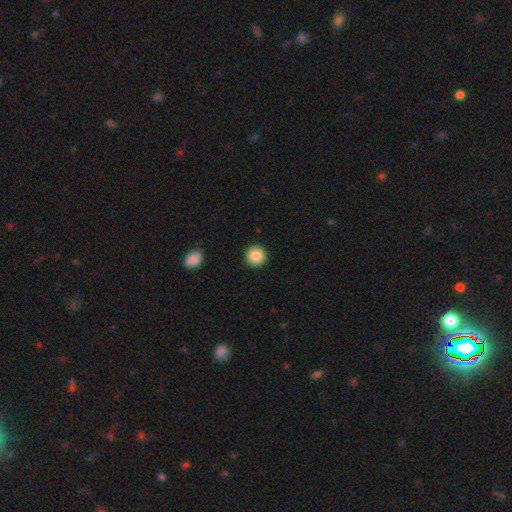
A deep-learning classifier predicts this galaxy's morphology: Q: Smooth or featured?
A: smooth (88%); runner-up: star or artifact (8%)
Q: How rounded?
A: round (95%); runner-up: in between (4%)
Q: Merging?
A: none (93%); runner-up: minor disturbance (5%)